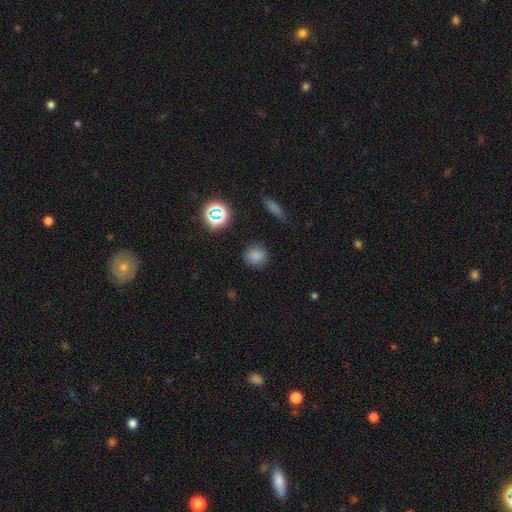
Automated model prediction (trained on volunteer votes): This is likely a smooth galaxy (78%). How rounded: clearly round (88%). Merging: clearly none (85%).